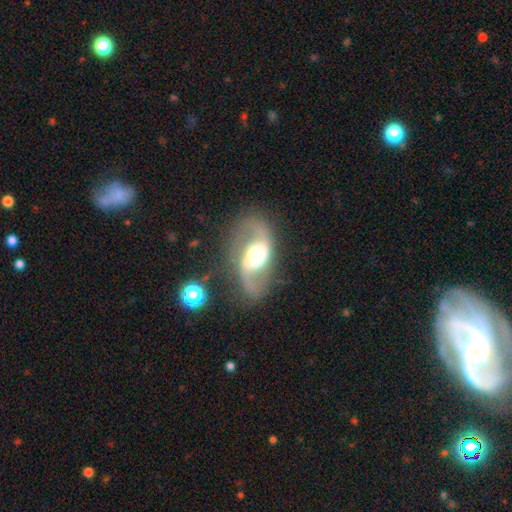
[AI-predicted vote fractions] Smooth or featured? featured or disk (80%)
Edge-on disk? no (95%)
Bar? no (40%)
Spiral arms? yes (88%)
Spiral winding? loose (48%)
Spiral arm count? 2 (91%)
Bulge size? moderate (52%)
Merging? none (68%)